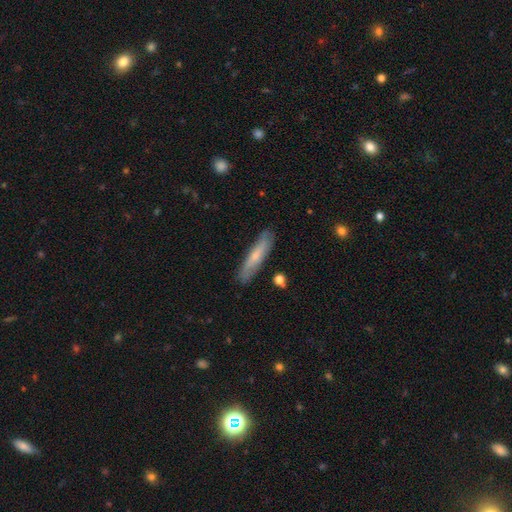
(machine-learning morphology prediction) A smooth galaxy with no disk features (58%) that is cigar-shaped (86%). Merging: none (84%).